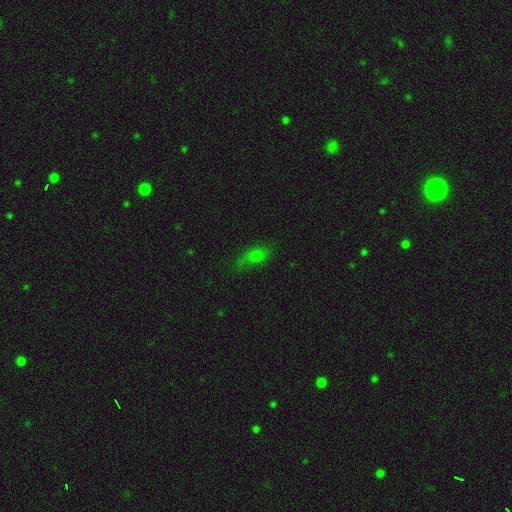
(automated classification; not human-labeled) Smooth or featured?
  - smooth: 61% *
  - star or artifact: 23%
  - featured or disk: 17%
How rounded?
  - in between: 73% *
  - cigar-shaped: 17%
  - round: 10%
Merging?
  - none: 68% *
  - minor disturbance: 22%
  - major disturbance: 8%
  - merger: 2%